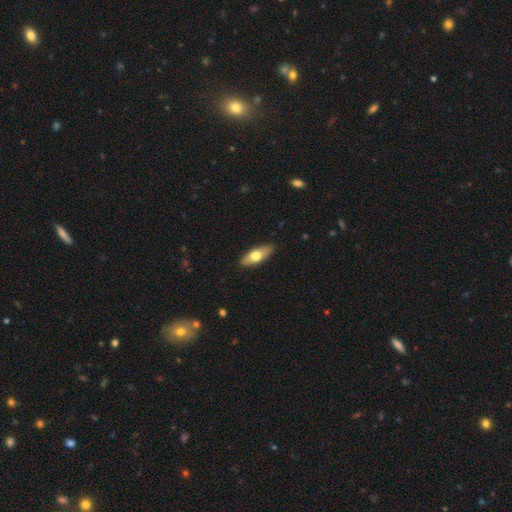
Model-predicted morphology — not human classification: type=smooth (64%); roundness=in between (68%); merging=none (89%).